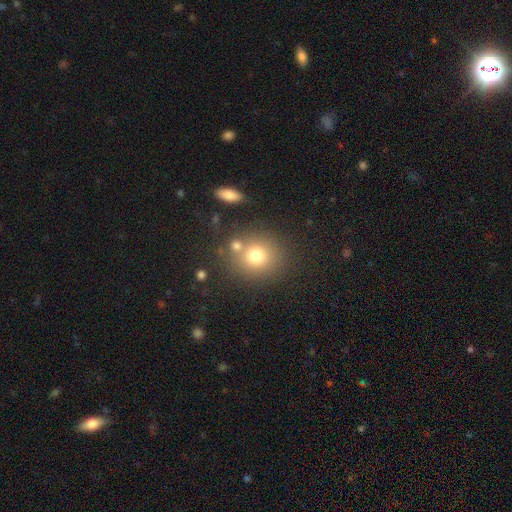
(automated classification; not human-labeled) Q: Smooth or featured?
A: smooth (74%); runner-up: star or artifact (14%)
Q: How rounded?
A: round (84%); runner-up: in between (15%)
Q: Merging?
A: none (68%); runner-up: merger (18%)